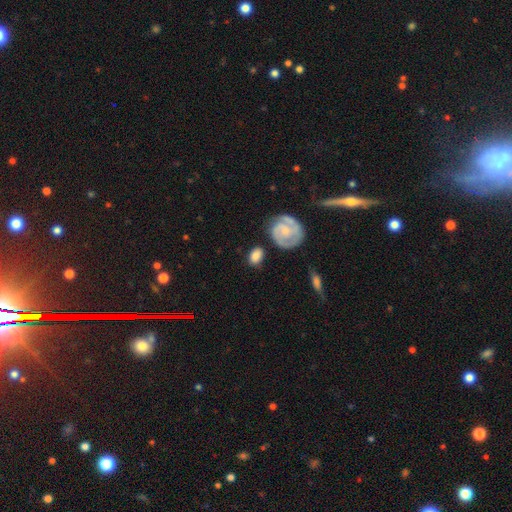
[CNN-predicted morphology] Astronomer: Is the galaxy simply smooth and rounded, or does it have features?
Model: smooth — 66%.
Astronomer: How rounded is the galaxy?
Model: in between — 72%.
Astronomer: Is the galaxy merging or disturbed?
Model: none — 72%.